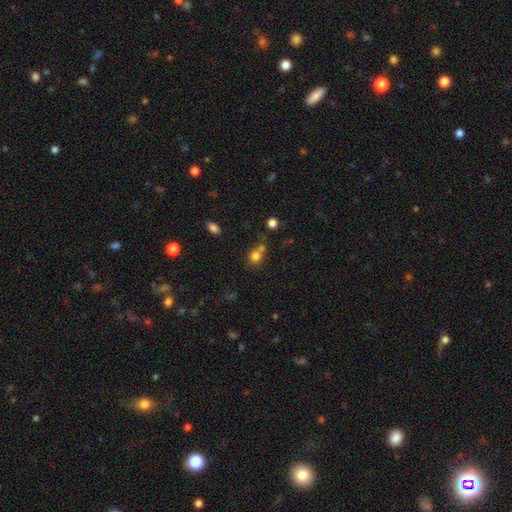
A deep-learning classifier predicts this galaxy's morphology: smooth_or_featured: smooth (p=0.77) [alt: star or artifact p=0.14]
how_rounded: round (p=0.71) [alt: in between p=0.28]
merging: none (p=0.44) [alt: merger p=0.41]